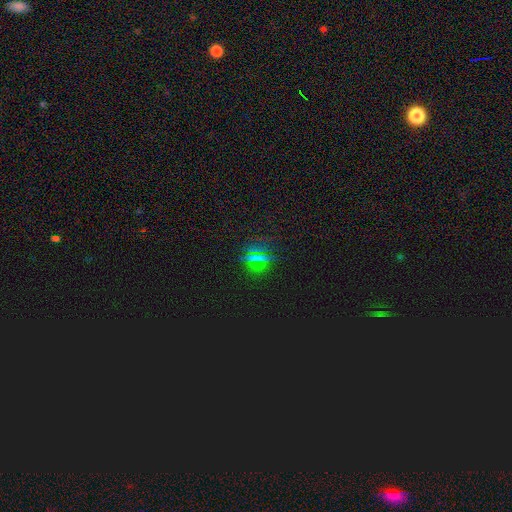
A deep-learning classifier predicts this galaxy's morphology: This appears to be a star or artifact, not a galaxy (70%).